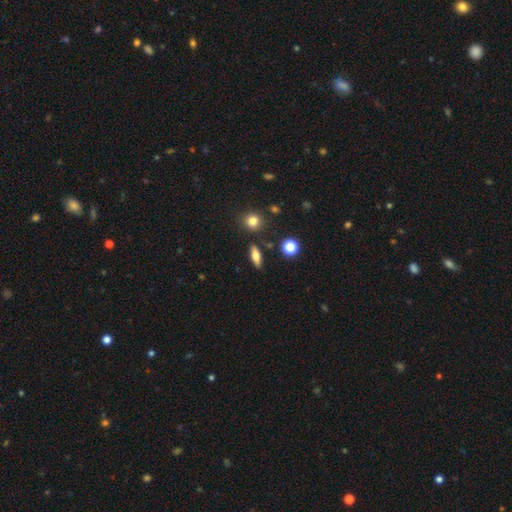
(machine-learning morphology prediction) The model was most divided on "how rounded": in between: 56%, cigar-shaped: 34%, round: 9%. More confident: merging — none (85%); smooth or featured — smooth (63%).